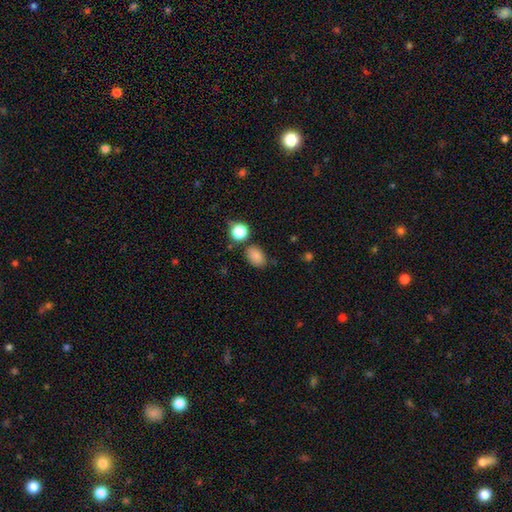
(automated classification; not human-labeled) Smooth or featured? smooth (84%)
How rounded? in between (73%)
Merging? none (71%)